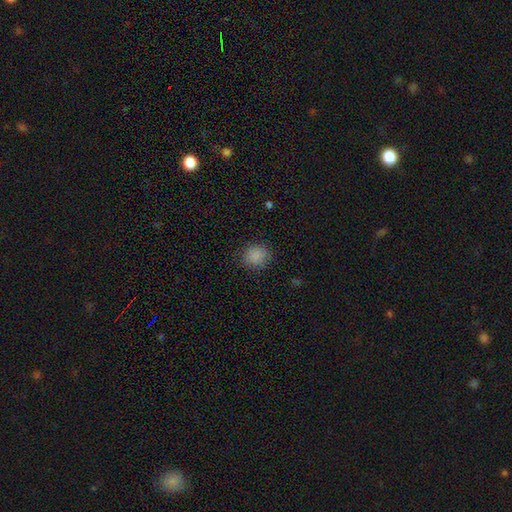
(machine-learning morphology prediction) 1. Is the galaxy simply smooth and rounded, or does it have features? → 85% smooth, 11% star or artifact, 4% featured or disk.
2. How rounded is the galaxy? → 79% round, 20% in between, 1% cigar-shaped.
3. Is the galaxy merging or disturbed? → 84% none, 11% minor disturbance, 4% major disturbance, 1% merger.